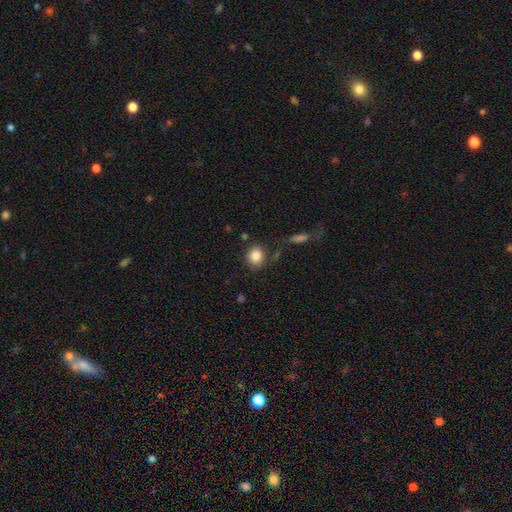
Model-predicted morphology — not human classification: smooth-or-featured: smooth: 85% | star or artifact: 9% | featured or disk: 6%
  how-rounded: round: 68% | in between: 31% | cigar-shaped: 1%
  merging: none: 78% | minor disturbance: 12% | merger: 6% | major disturbance: 4%